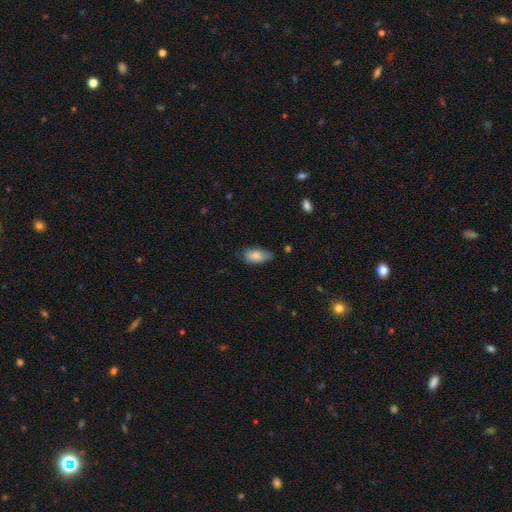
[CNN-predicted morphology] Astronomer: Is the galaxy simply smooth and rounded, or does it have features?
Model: smooth — 80%.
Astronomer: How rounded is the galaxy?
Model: in between — 90%.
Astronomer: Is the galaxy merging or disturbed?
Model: none — 59%.